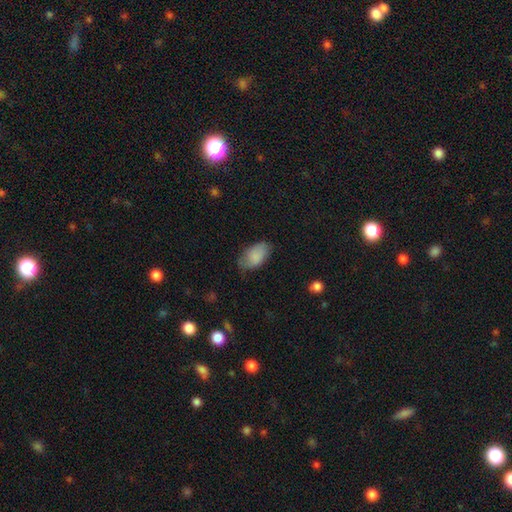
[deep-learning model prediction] Smooth or featured: smooth — 84% (featured or disk — 9%)
How rounded: in between — 94% (round — 4%)
Merging: none — 67% (minor disturbance — 26%)